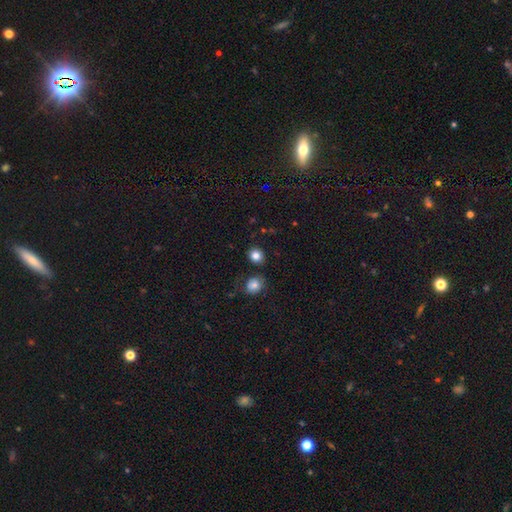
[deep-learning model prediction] A smooth galaxy with no disk features (84%) that is round (75%).

Vote fractions:
- Smooth or featured? smooth: 84% / star or artifact: 11% / featured or disk: 5%
- How rounded? round: 75% / in between: 24% / cigar-shaped: 1%
- Merging? none: 82% / minor disturbance: 9% / merger: 6% / major disturbance: 3%